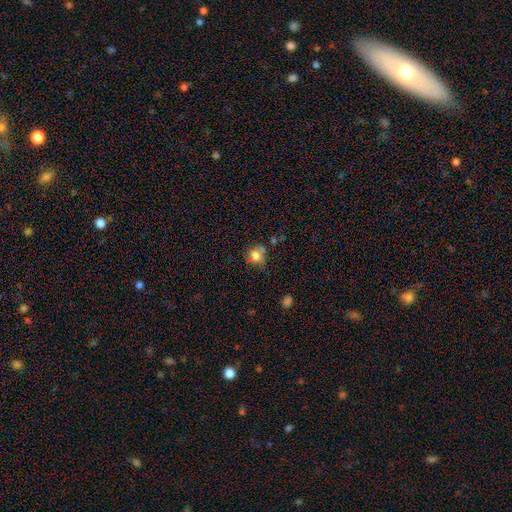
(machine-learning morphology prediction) This is likely a smooth galaxy (73%). How rounded: likely round (70%). Merging: possibly none (48%).